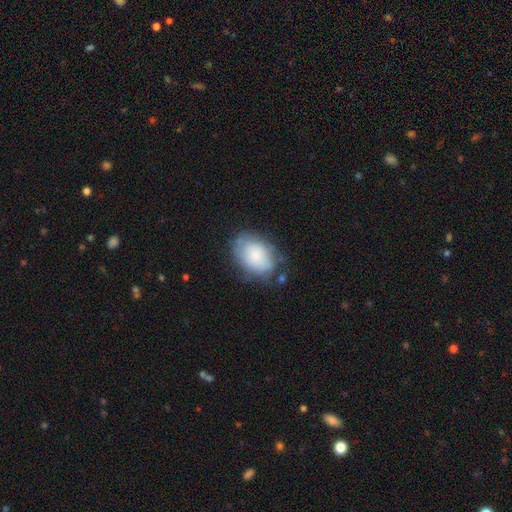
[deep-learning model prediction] Smooth or featured?
  - smooth: 75% *
  - featured or disk: 17%
  - star or artifact: 7%
How rounded?
  - in between: 81% *
  - round: 18%
  - cigar-shaped: 1%
Merging?
  - none: 61% *
  - minor disturbance: 26%
  - major disturbance: 10%
  - merger: 3%